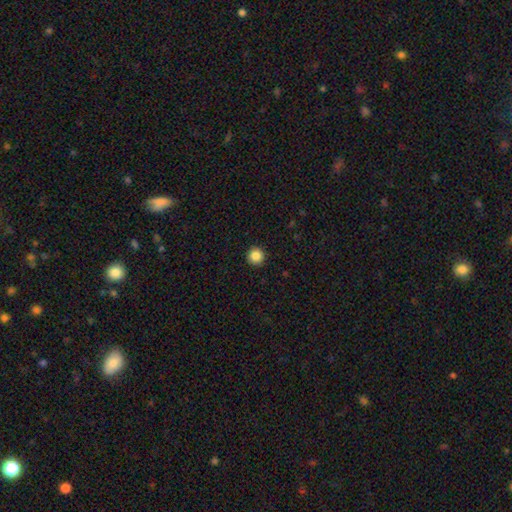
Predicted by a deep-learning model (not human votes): smooth-or-featured: smooth: 86% | star or artifact: 10% | featured or disk: 5%
  how-rounded: round: 96% | in between: 3% | cigar-shaped: 1%
  merging: none: 94% | minor disturbance: 4% | major disturbance: 1% | merger: 1%